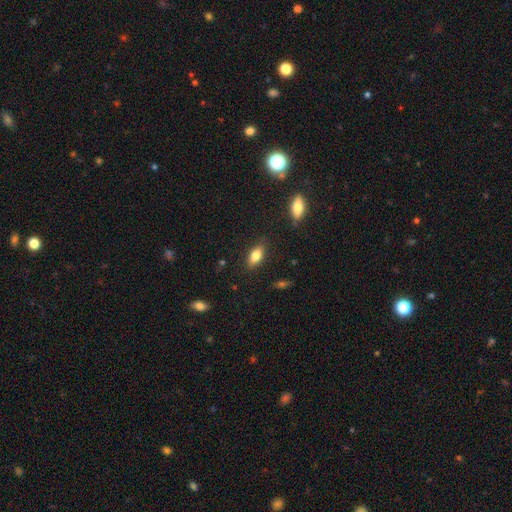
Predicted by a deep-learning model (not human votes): Smooth or featured?
  - smooth: 77% *
  - featured or disk: 16%
  - star or artifact: 8%
How rounded?
  - in between: 84% *
  - cigar-shaped: 12%
  - round: 5%
Merging?
  - none: 84% *
  - minor disturbance: 12%
  - major disturbance: 3%
  - merger: 2%